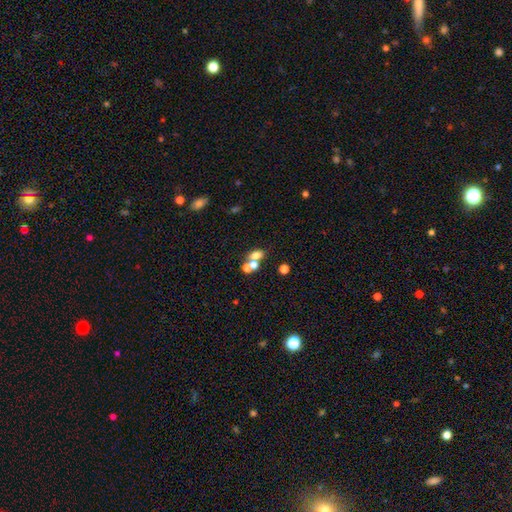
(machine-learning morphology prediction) smooth_or_featured: smooth (p=0.63) [alt: featured or disk p=0.21]
how_rounded: in between (p=0.63) [alt: round p=0.34]
merging: merger (p=0.50) [alt: none p=0.36]